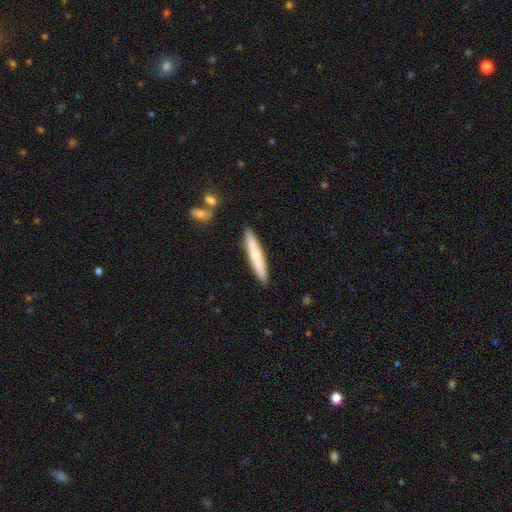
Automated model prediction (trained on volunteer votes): This appears to be a smooth galaxy with no disk features (69%) that is cigar-shaped (92%). Merging: none (89%).